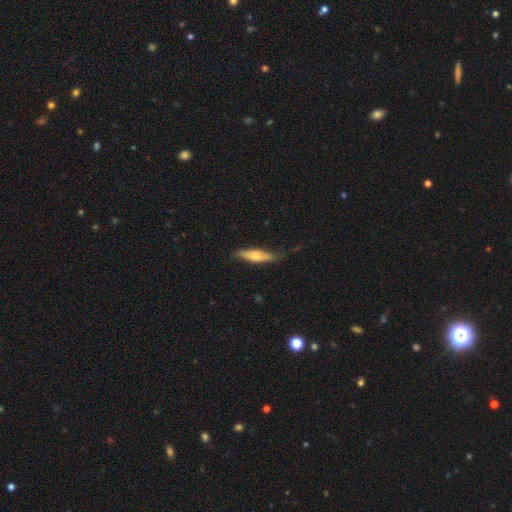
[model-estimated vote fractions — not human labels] Morphology: type=smooth (62%); roundness=cigar-shaped (64%); merging=none (71%).